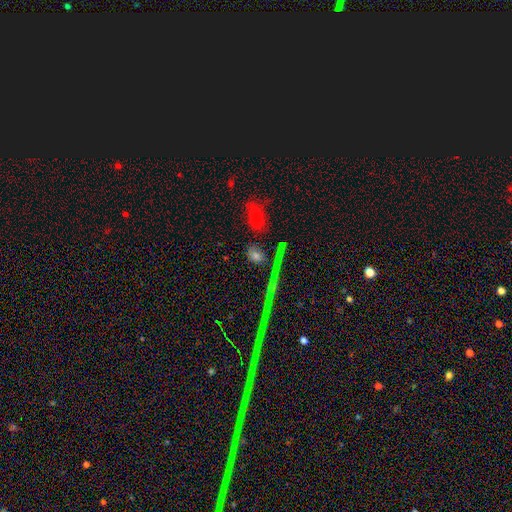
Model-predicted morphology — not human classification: type=smooth (59%); roundness=in between (57%); merging=none (70%).